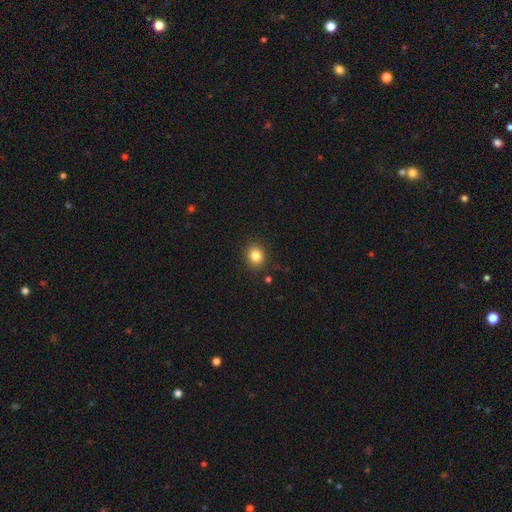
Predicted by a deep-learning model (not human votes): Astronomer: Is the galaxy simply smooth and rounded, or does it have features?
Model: smooth — 83%.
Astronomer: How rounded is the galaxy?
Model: round — 78%.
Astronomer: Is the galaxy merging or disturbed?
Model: none — 90%.